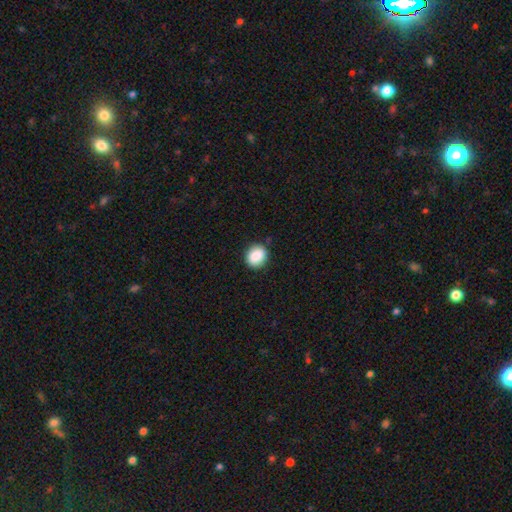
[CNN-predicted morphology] smooth 87%, star or artifact 8%, featured or disk 4%. Down the decision tree: how rounded — round (66%); merging — none (85%).